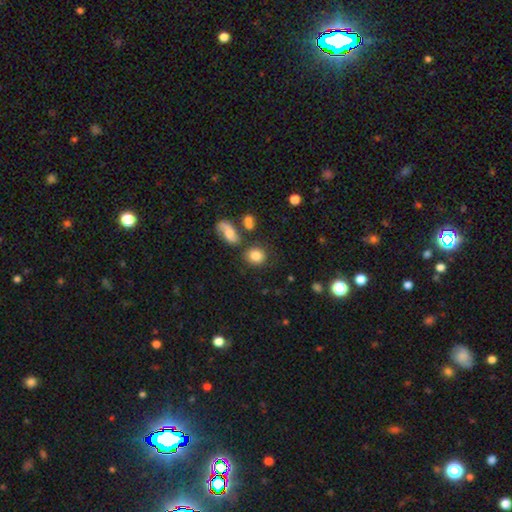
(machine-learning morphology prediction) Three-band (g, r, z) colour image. It shows a smooth galaxy with no disk features (80%) that is round (72%). Merging: none (70%).